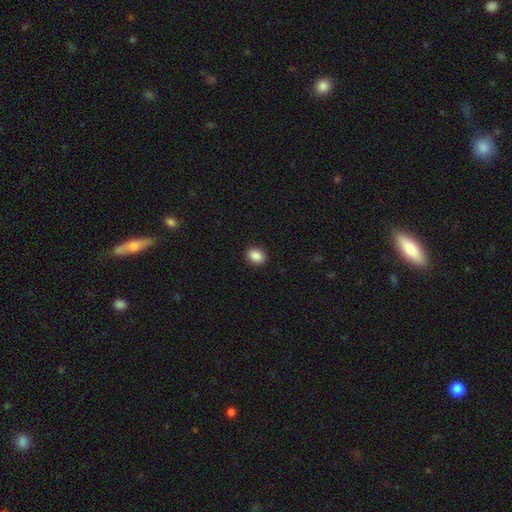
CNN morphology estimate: Smooth or featured? Predicted: smooth (p=0.89). How rounded? Predicted: in between (p=0.53). Merging? Predicted: none (p=0.91).